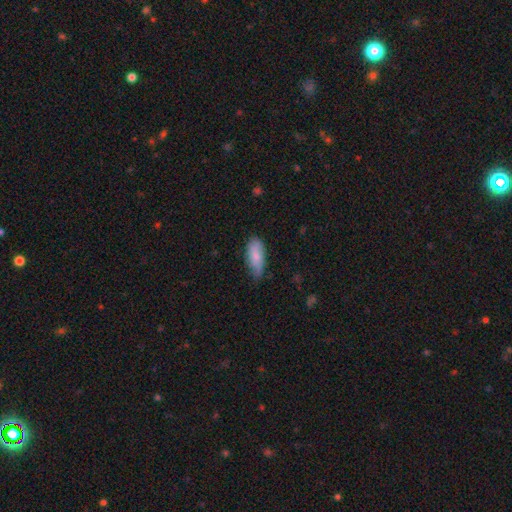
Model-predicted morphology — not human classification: This appears to be a smooth galaxy with no disk features (79%) that is in between round and cigar-shaped (83%). Merging: none (60%).